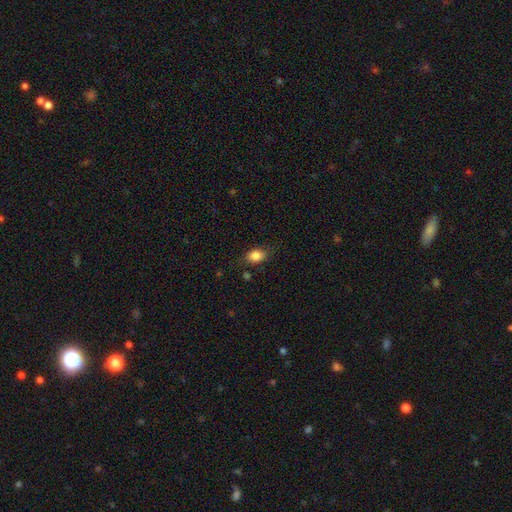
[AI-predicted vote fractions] This is clearly a smooth galaxy (84%). How rounded: likely in between (76%). Merging: likely none (77%).